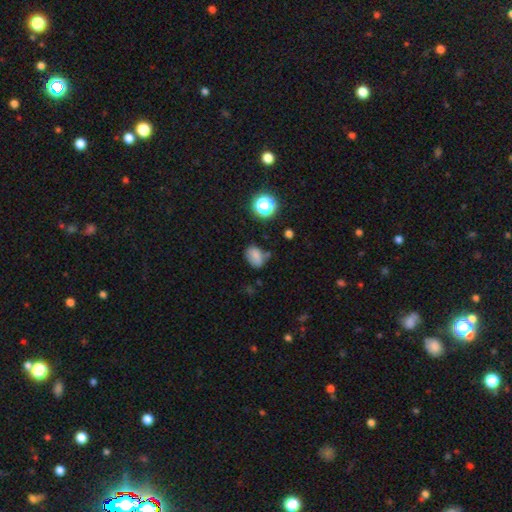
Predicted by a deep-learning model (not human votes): Smooth or featured: smooth — 76% (star or artifact — 15%)
How rounded: in between — 71% (round — 28%)
Merging: none — 58% (minor disturbance — 28%)